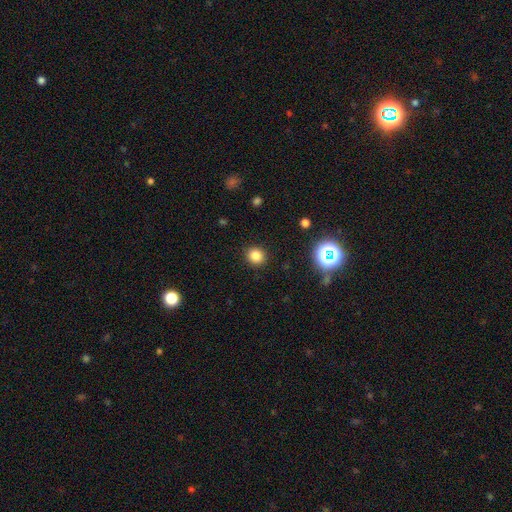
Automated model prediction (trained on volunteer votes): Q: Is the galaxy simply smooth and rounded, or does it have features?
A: smooth — 81%.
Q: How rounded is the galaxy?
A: round — 87%.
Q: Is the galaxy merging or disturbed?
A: none — 91%.